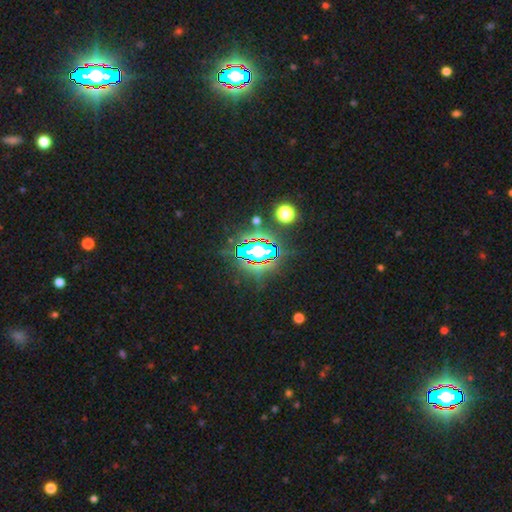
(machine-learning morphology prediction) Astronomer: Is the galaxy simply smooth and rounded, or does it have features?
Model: star or artifact — 78%.